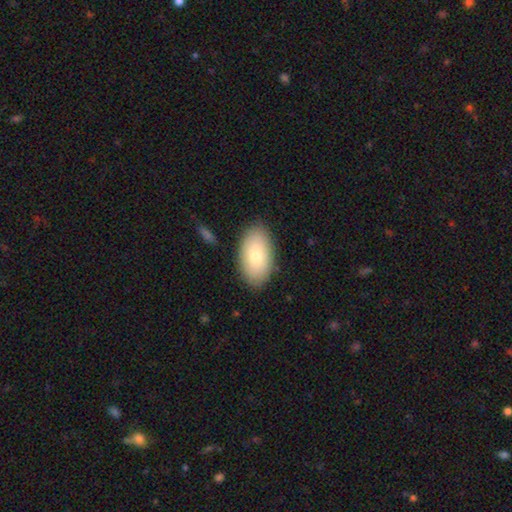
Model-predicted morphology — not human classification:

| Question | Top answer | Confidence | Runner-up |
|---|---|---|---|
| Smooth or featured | smooth | 76% | featured or disk (18%) |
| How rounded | in between | 94% | round (4%) |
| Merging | none | 87% | minor disturbance (10%) |